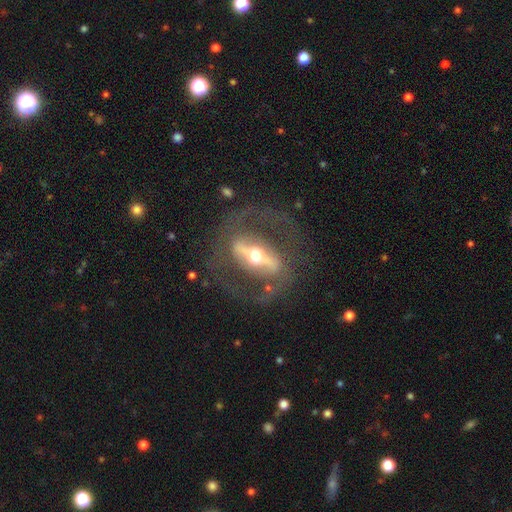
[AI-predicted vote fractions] smooth_or_featured: featured or disk (p=0.84) [alt: smooth p=0.11]
disk_edge_on: no (p=0.80) [alt: yes p=0.20]
bar: strong (p=0.79) [alt: weak p=0.13]
has_spiral_arms: yes (p=0.52) [alt: no p=0.48]
bulge_size: moderate (p=0.68) [alt: large p=0.17]
merging: none (p=0.73) [alt: major disturbance p=0.14]